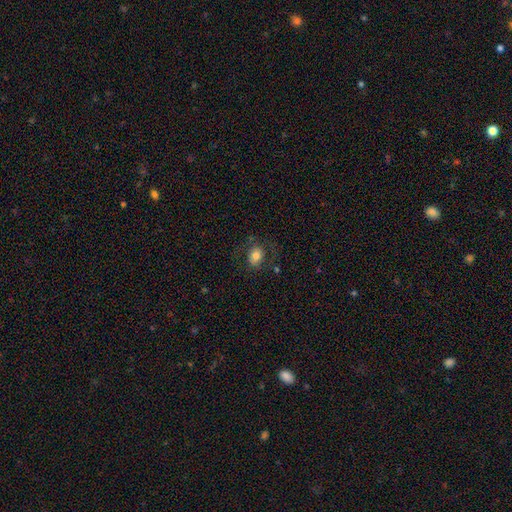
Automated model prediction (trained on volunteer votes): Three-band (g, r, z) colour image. It shows a smooth galaxy with no disk features (74%) that is in between round and cigar-shaped (58%). Merging: none (72%).